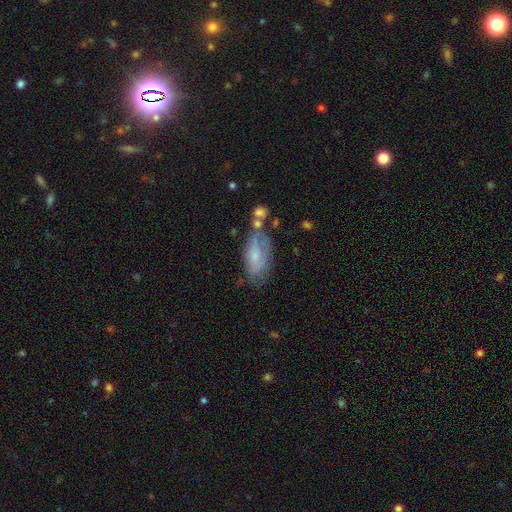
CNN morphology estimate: This appears to be a smooth galaxy with no disk features (52%) that is in between round and cigar-shaped (87%). Merging: none (44%).